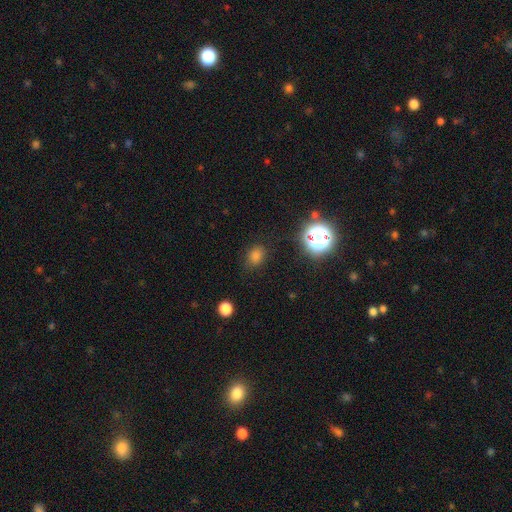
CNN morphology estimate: Smooth or featured?
  - smooth: 74% *
  - star or artifact: 20%
  - featured or disk: 5%
How rounded?
  - in between: 51% *
  - round: 47%
  - cigar-shaped: 1%
Merging?
  - none: 81% *
  - minor disturbance: 14%
  - major disturbance: 4%
  - merger: 2%